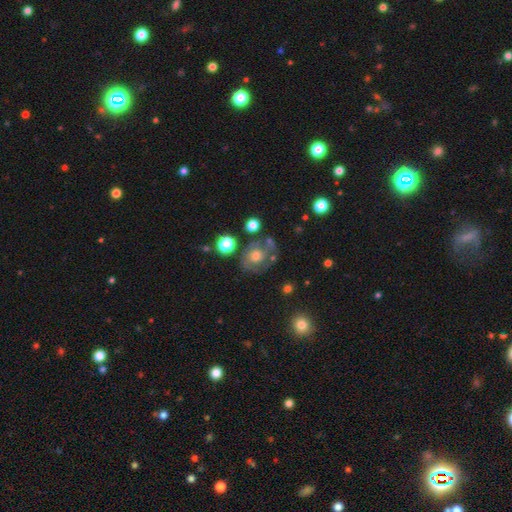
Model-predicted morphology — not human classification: The model was most divided on "smooth or featured": featured or disk: 49%, smooth: 38%, star or artifact: 13%. More confident: merging — none (53%).